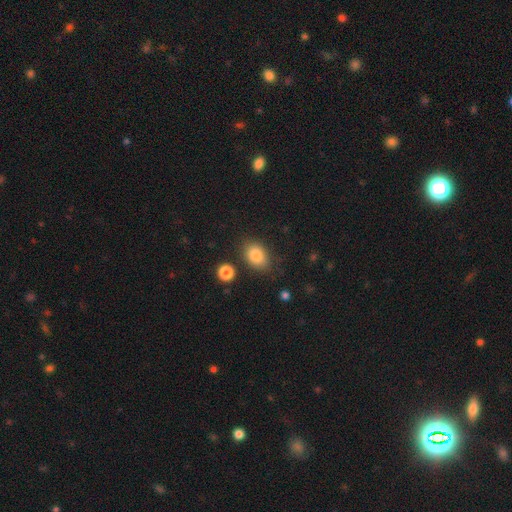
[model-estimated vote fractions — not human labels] A smooth galaxy with no disk features (84%) that is in between round and cigar-shaped (77%). Merging: none (79%).